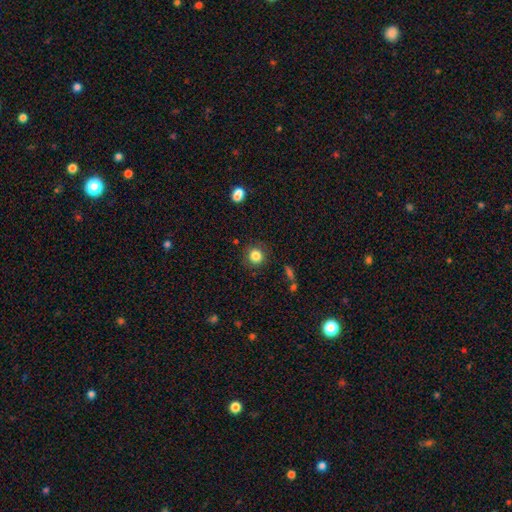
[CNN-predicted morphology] A smooth galaxy with no disk features (84%) that is round (88%). Merging: none (86%).